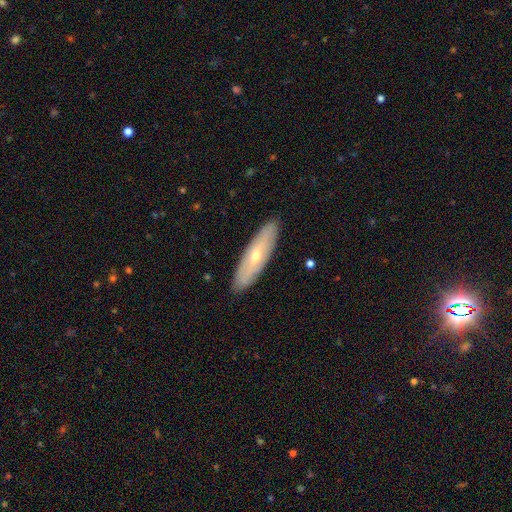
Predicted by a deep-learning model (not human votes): Smooth or featured? Predicted: featured or disk (p=0.50). Merging? Predicted: none (p=0.88).